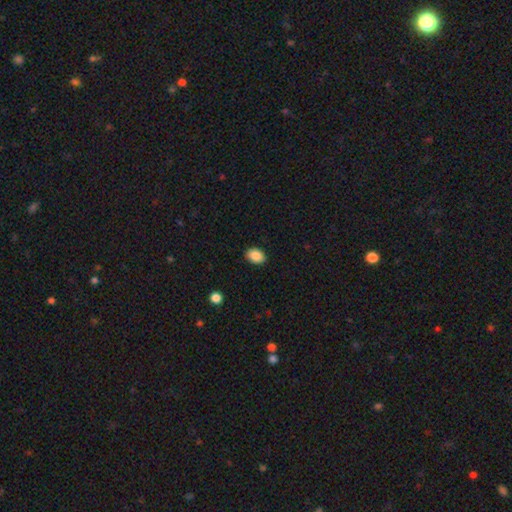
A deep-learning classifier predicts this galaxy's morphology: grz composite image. It shows a smooth galaxy with no disk features (89%) that is in between round and cigar-shaped (79%). Merging: none (89%).